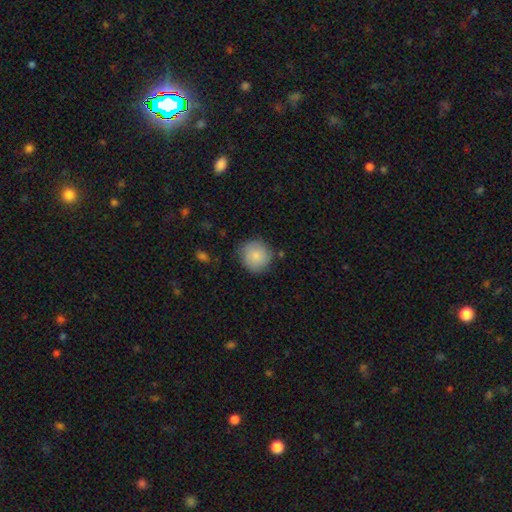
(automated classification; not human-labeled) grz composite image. It shows a smooth galaxy with no disk features (86%) that is round (92%). Merging: none (80%).